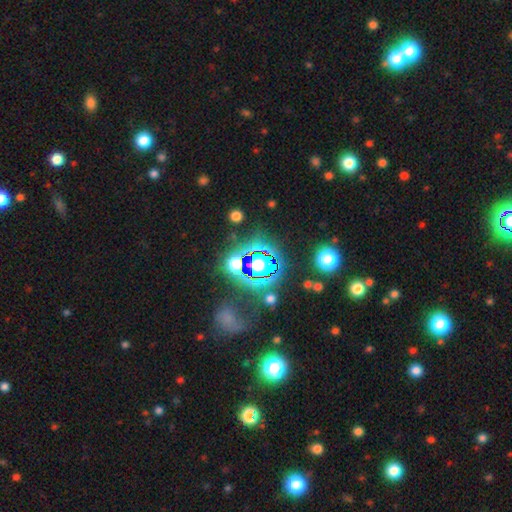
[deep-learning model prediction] A star or artifact, not a galaxy (73%).

Vote fractions:
- Smooth or featured? star or artifact: 73% / smooth: 18% / featured or disk: 10%